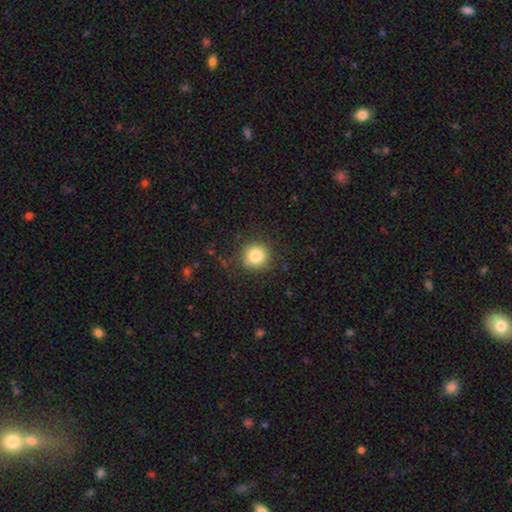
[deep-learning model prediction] Q: Smooth or featured?
A: smooth (83%); runner-up: star or artifact (11%)
Q: How rounded?
A: round (93%); runner-up: in between (6%)
Q: Merging?
A: none (86%); runner-up: minor disturbance (10%)